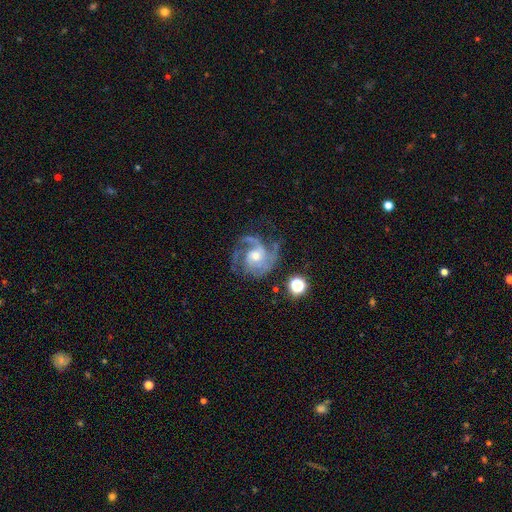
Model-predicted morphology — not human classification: smooth-or-featured: featured or disk: 90% | star or artifact: 5% | smooth: 4%
  disk-edge-on: no: 98% | yes: 2%
    bar: no: 63% | weak: 30% | strong: 7%
    has-spiral-arms: yes: 98% | no: 2%
      spiral-winding: medium: 48% | tight: 42% | loose: 10%
      spiral-arm-count: 3: 48% | 2: 28% | can't tell: 9% | 4: 6% | 1: 5% | more than 4: 4%
    bulge-size: moderate: 61% | small: 31% | large: 5% | none: 2% | dominant: 1%
  merging: none: 65% | minor disturbance: 19% | major disturbance: 13% | merger: 2%